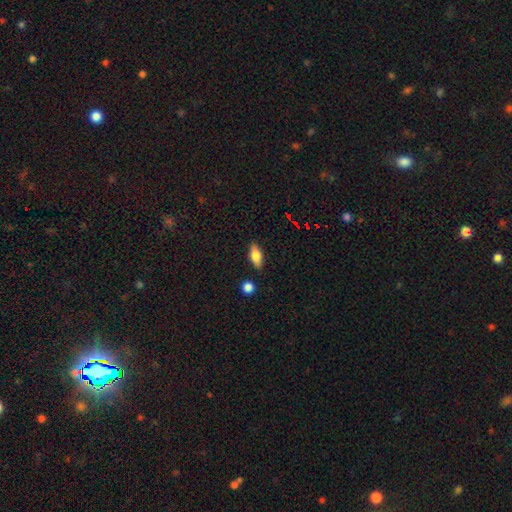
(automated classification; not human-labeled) Morphology: type=smooth (72%); roundness=in between (81%); merging=none (85%).